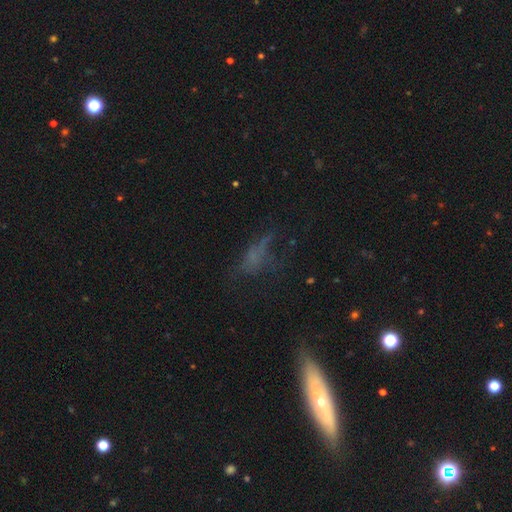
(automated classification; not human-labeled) Smooth or featured? Predicted: smooth (p=0.42). Merging? Predicted: none (p=0.42).